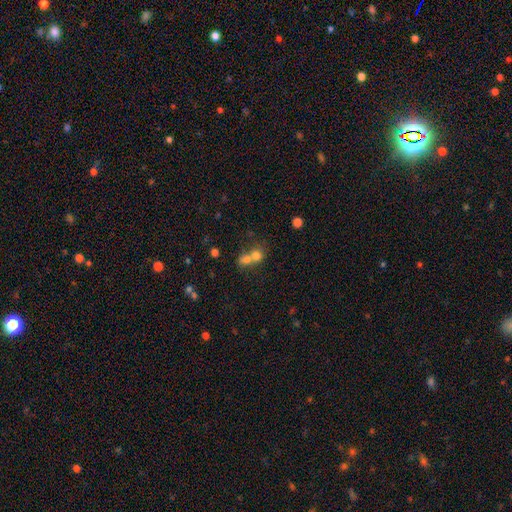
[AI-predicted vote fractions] A smooth galaxy with no disk features (71%) that is round (68%). Merging: merger (67%).